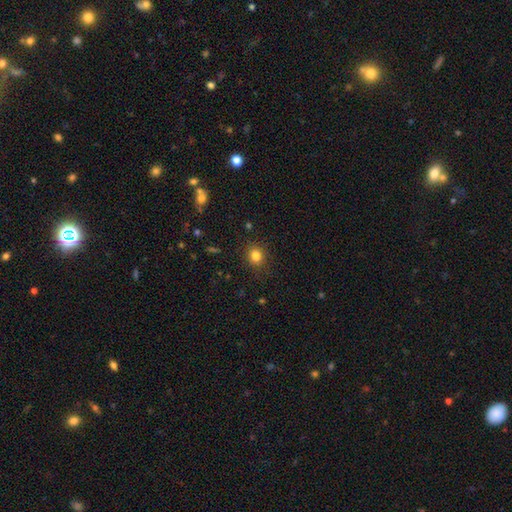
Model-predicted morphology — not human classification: The model was most divided on "how rounded": round: 78%, in between: 21%, cigar-shaped: 1%. More confident: merging — none (87%); smooth or featured — smooth (83%).